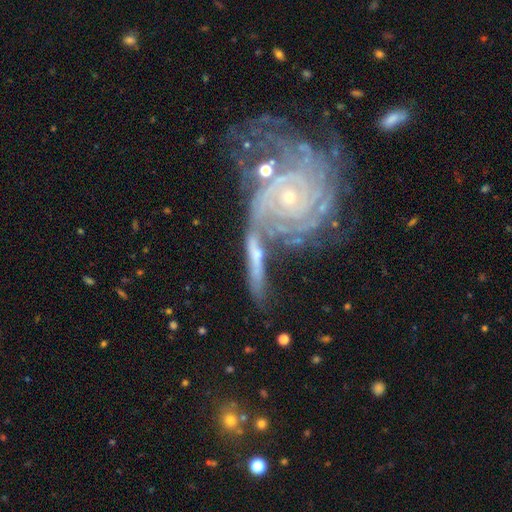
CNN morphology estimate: This is likely a featured or disk galaxy (79%). It is likely not viewed edge-on (78%). Bar: likely no (71%). Spiral arm pattern: clearly yes (89%). Spiral arm count: marginally can't tell (32%). Spiral winding: likely tight (73%). Central bulge: likely small (62%). Merging: marginally merger (38%).